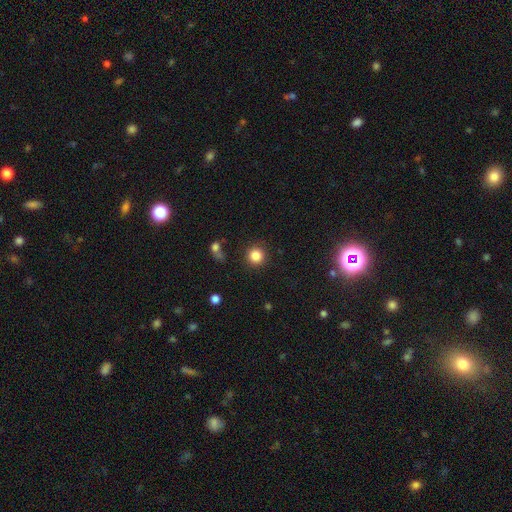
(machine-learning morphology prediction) A smooth galaxy with no disk features (85%) that is round (94%). Merging: none (87%).